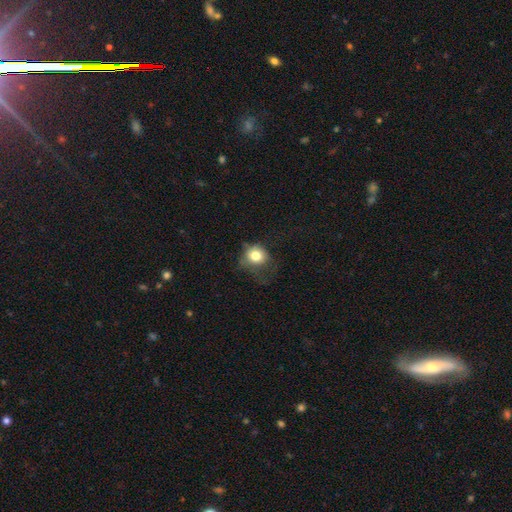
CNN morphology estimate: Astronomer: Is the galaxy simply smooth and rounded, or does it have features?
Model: smooth — 77%.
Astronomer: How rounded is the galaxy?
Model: round — 76%.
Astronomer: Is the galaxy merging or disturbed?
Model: none — 42% (runner-up: minor disturbance, 30%).